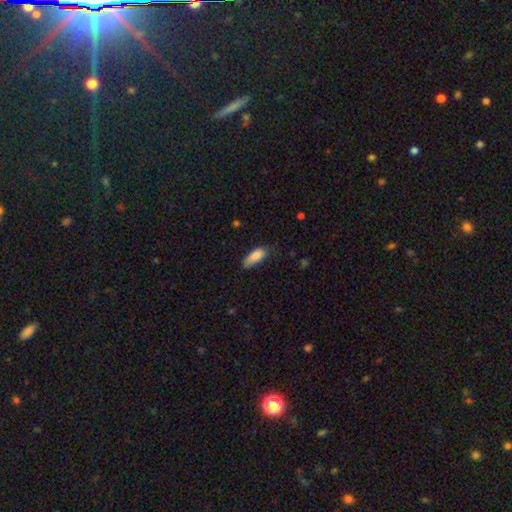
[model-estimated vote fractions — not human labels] A smooth galaxy with no disk features (85%) that is in between round and cigar-shaped (76%). Merging: none (60%).